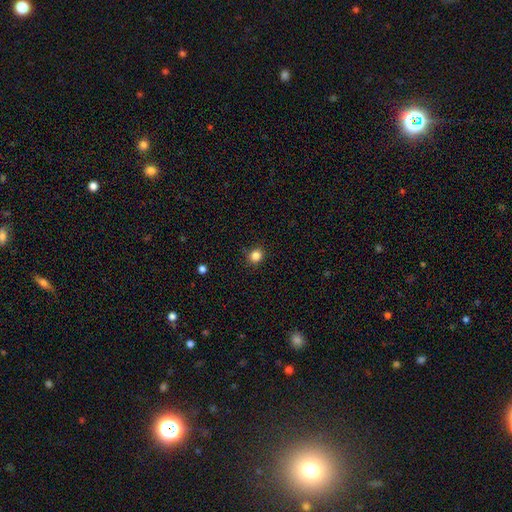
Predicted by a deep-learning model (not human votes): Smooth or featured? Predicted: smooth (p=0.84). How rounded? Predicted: round (p=0.83). Merging? Predicted: none (p=0.88).